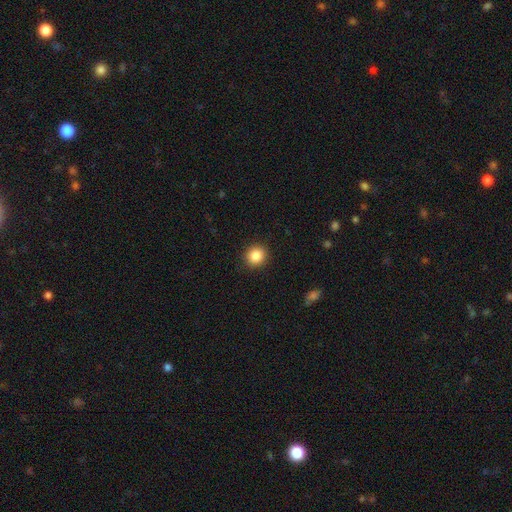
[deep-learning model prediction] This is clearly a smooth galaxy (86%). How rounded: clearly round (87%). Merging: clearly none (91%).